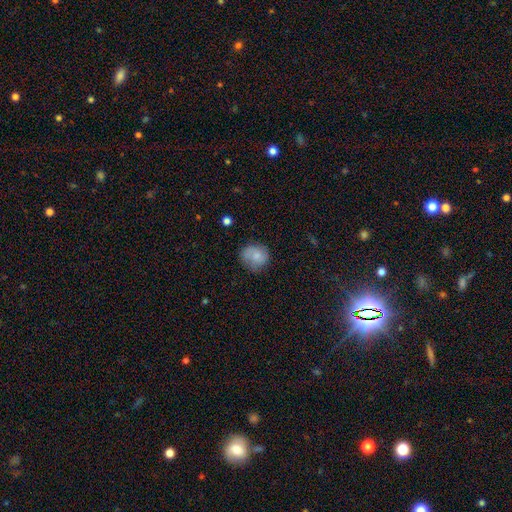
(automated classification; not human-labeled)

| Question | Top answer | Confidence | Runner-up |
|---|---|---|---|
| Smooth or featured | smooth | 68% | featured or disk (24%) |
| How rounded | round | 81% | in between (19%) |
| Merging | none | 64% | minor disturbance (24%) |